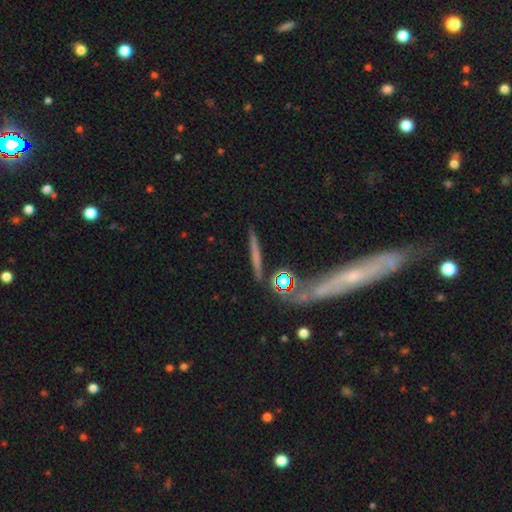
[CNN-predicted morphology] Smooth or featured?
  - smooth: 48% *
  - featured or disk: 36%
  - star or artifact: 16%
Merging?
  - none: 78% *
  - minor disturbance: 10%
  - merger: 8%
  - major disturbance: 4%